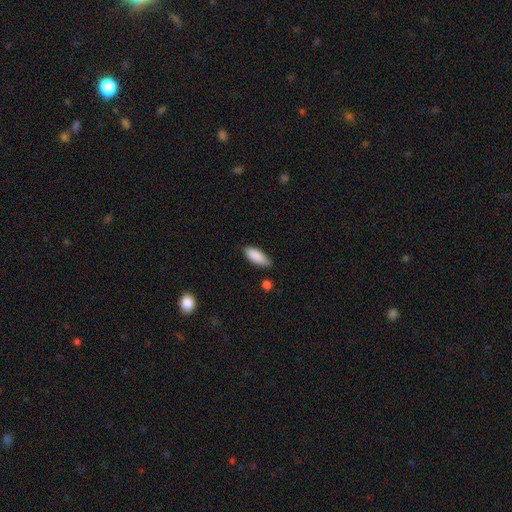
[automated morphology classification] This is clearly a smooth galaxy (89%). How rounded: likely in between (78%). Merging: likely none (72%).